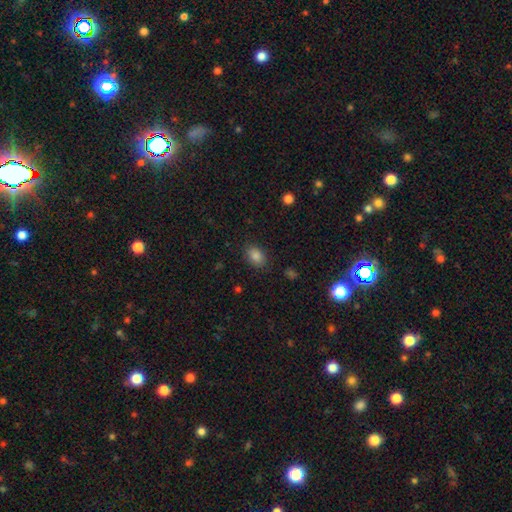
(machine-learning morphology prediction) smooth 85%, star or artifact 10%, featured or disk 5%. Down the decision tree: how rounded — in between (78%); merging — none (84%).